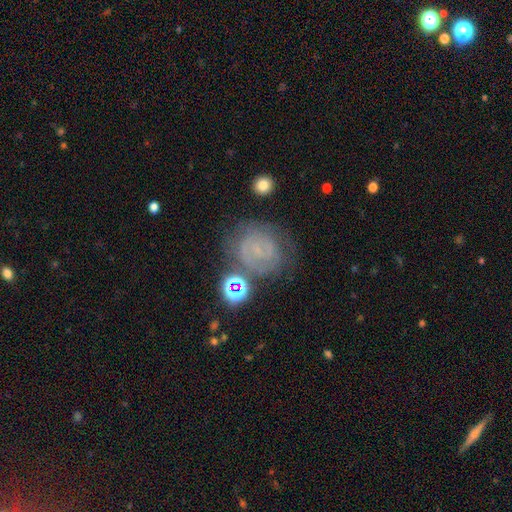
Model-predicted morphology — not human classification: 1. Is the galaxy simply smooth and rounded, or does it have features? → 44% featured or disk, 29% smooth, 27% star or artifact.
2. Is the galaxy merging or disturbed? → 62% none, 16% minor disturbance, 13% merger, 9% major disturbance.